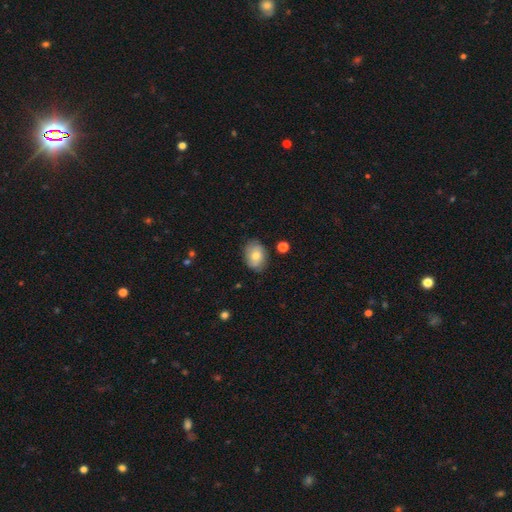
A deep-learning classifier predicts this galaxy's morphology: Q: Smooth or featured?
A: smooth (67%); runner-up: featured or disk (25%)
Q: How rounded?
A: in between (68%); runner-up: round (31%)
Q: Merging?
A: none (78%); runner-up: minor disturbance (16%)